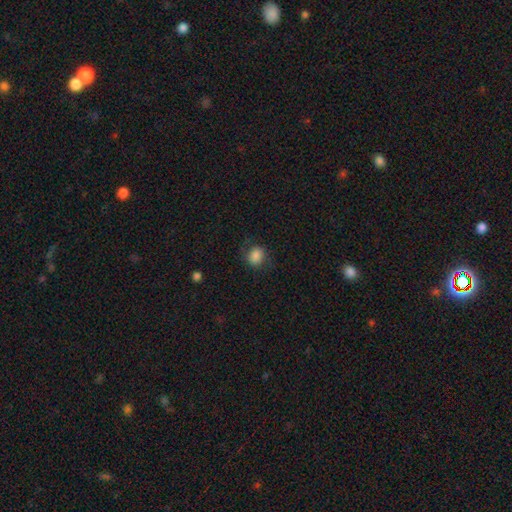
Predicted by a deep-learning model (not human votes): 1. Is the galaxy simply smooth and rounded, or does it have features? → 81% smooth, 10% star or artifact, 9% featured or disk.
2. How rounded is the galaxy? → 64% round, 35% in between, 1% cigar-shaped.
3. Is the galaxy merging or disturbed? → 74% none, 17% minor disturbance, 8% major disturbance, 1% merger.